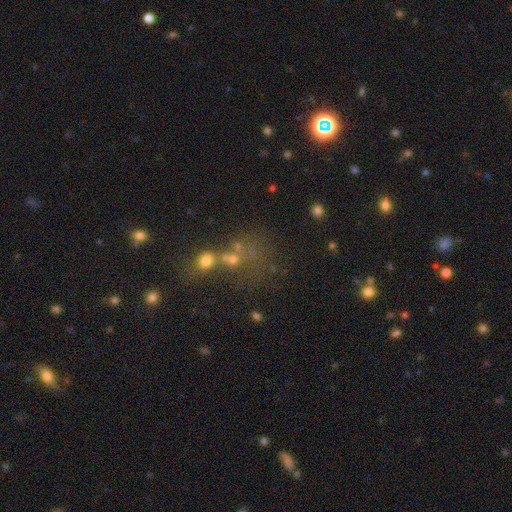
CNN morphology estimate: Smooth or featured? Predicted: star or artifact (p=0.41).